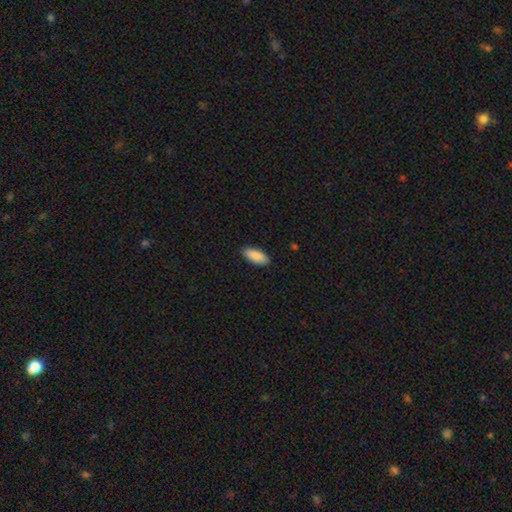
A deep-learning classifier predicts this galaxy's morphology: A smooth galaxy with no disk features (89%) that is in between round and cigar-shaped (84%). Merging: none (89%).